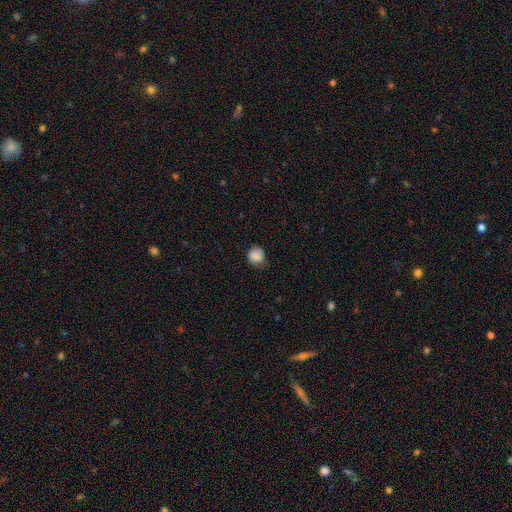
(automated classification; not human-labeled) A smooth galaxy with no disk features (85%) that is round (81%).

Vote fractions:
- Smooth or featured? smooth: 85% / star or artifact: 9% / featured or disk: 6%
- How rounded? round: 81% / in between: 18% / cigar-shaped: 1%
- Merging? none: 71% / minor disturbance: 22% / major disturbance: 5% / merger: 1%